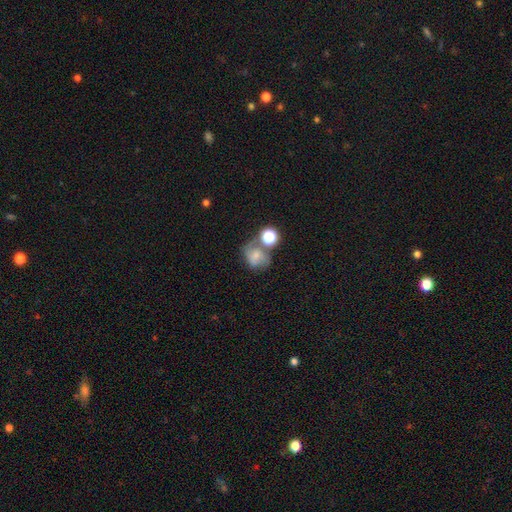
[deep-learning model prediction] Q: Smooth or featured?
A: smooth (52%); runner-up: featured or disk (34%)
Q: How rounded?
A: round (59%); runner-up: in between (40%)
Q: Merging?
A: none (38%); runner-up: merger (29%)